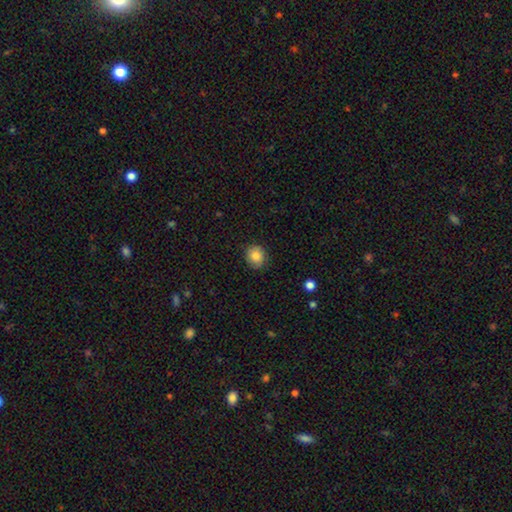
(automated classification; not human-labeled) Smooth or featured: smooth — 84% (star or artifact — 9%)
How rounded: round — 78% (in between — 21%)
Merging: none — 86% (minor disturbance — 11%)